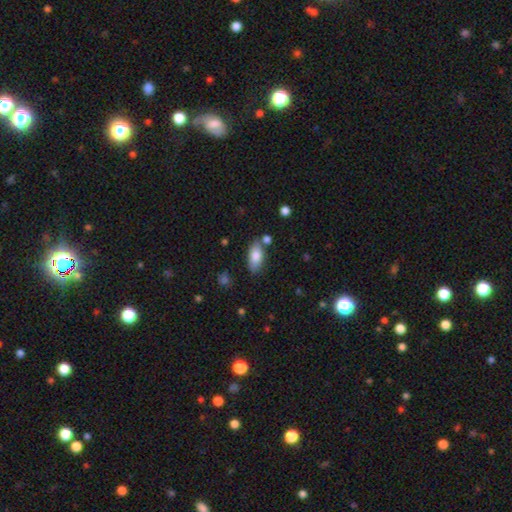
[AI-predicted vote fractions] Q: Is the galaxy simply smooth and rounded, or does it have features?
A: smooth — 82%.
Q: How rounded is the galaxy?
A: in between — 87%.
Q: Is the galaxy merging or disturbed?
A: none — 75%.